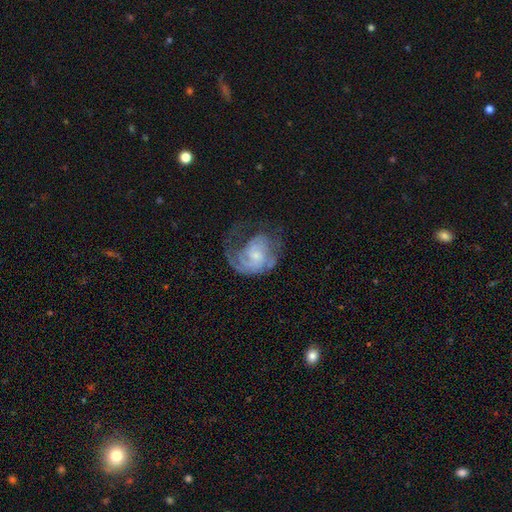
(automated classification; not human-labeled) smooth_or_featured: featured or disk (p=0.78) [alt: smooth p=0.16]
disk_edge_on: no (p=0.98) [alt: yes p=0.02]
bar: no (p=0.65) [alt: weak p=0.30]
has_spiral_arms: yes (p=0.90) [alt: no p=0.10]
spiral_winding: tight (p=0.39) [tied with: medium p=0.39]
spiral_arm_count: 1 (p=0.43) [alt: 2 p=0.26]
bulge_size: small (p=0.52) [alt: moderate p=0.31]
merging: major disturbance (p=0.39) [tied with: none p=0.39]